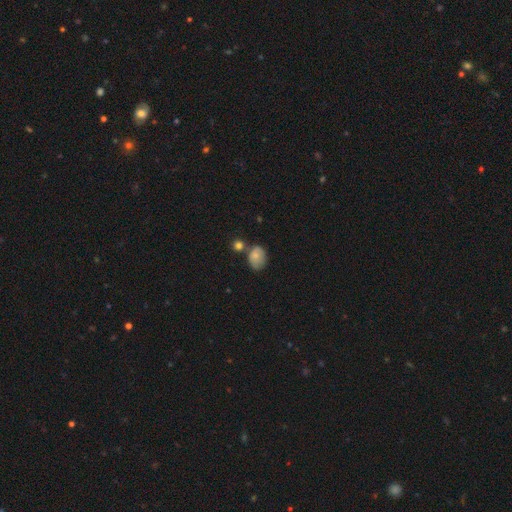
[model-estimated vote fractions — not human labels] smooth-or-featured: smooth: 75% | featured or disk: 15% | star or artifact: 10%
  how-rounded: in between: 62% | round: 37% | cigar-shaped: 1%
  merging: none: 49% | minor disturbance: 26% | merger: 17% | major disturbance: 8%